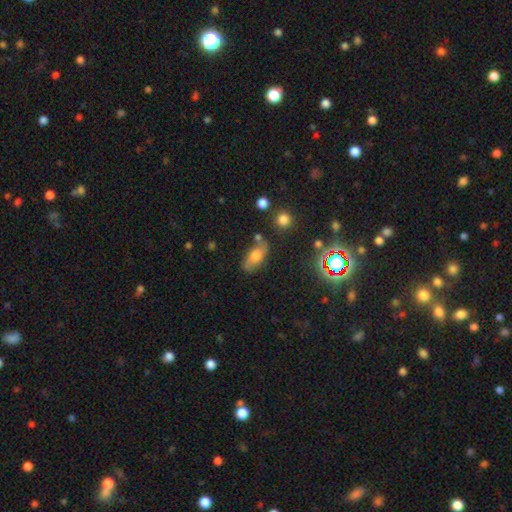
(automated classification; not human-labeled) This is possibly a smooth galaxy (59%). How rounded: clearly in between (82%). Merging: likely none (69%).